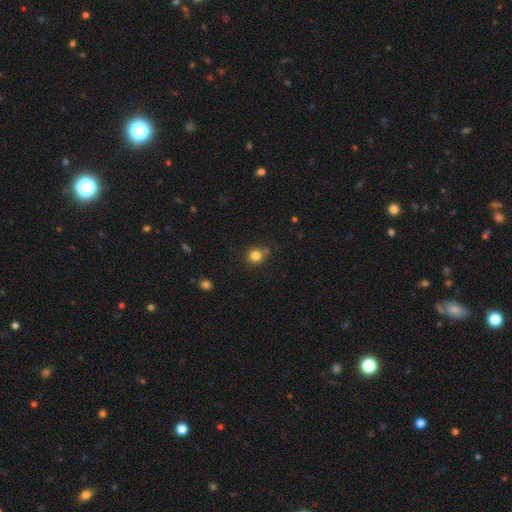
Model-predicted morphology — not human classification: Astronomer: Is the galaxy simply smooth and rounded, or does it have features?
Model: smooth — 82%.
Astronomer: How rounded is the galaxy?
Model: round — 86%.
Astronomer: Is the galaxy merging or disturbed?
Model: none — 74%.